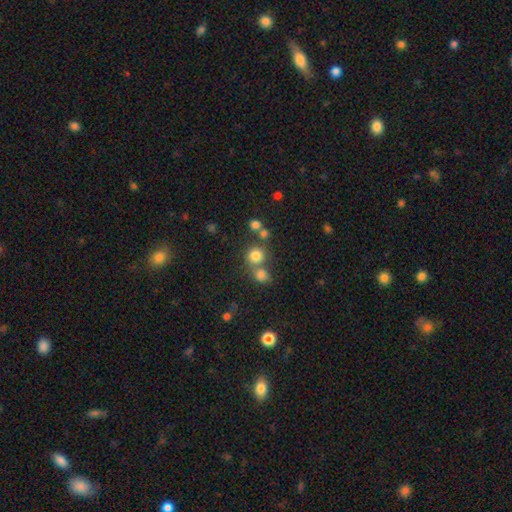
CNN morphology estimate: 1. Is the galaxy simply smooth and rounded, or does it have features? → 77% smooth, 15% star or artifact, 8% featured or disk.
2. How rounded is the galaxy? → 87% round, 12% in between, 1% cigar-shaped.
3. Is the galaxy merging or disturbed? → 57% none, 31% merger, 8% minor disturbance, 4% major disturbance.